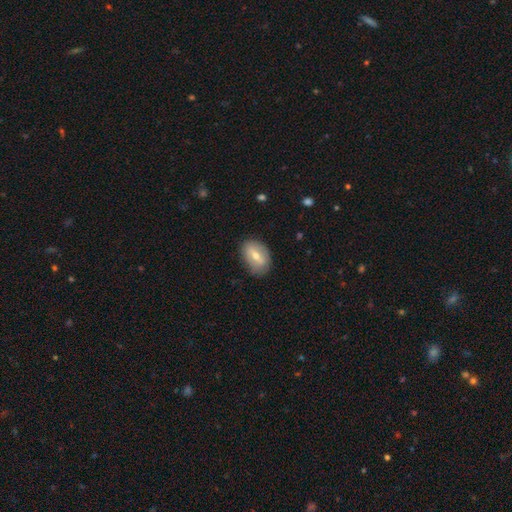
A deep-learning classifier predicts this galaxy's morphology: Smooth or featured? Predicted: smooth (p=0.52). How rounded? Predicted: in between (p=0.84). Merging? Predicted: none (p=0.82).